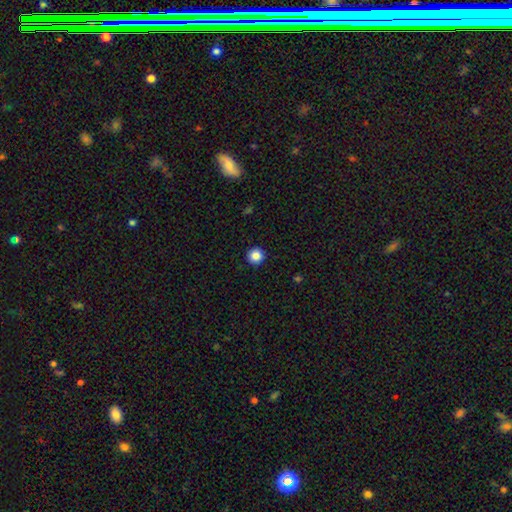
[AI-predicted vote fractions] smooth-or-featured: smooth: 86% | star or artifact: 10% | featured or disk: 4%
  how-rounded: round: 95% | in between: 4% | cigar-shaped: 1%
  merging: none: 92% | minor disturbance: 5% | major disturbance: 2% | merger: 1%